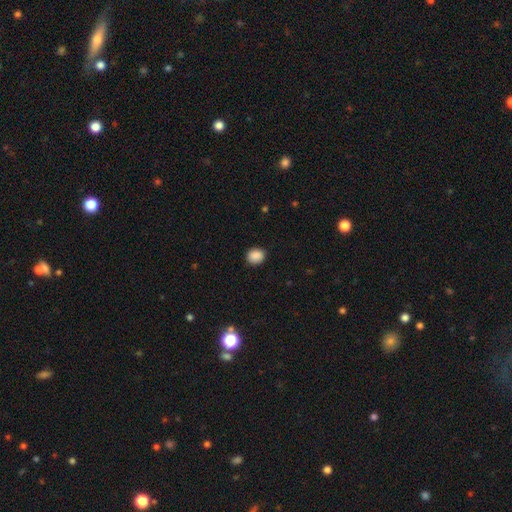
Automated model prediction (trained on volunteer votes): smooth 89%, star or artifact 9%, featured or disk 3%. Down the decision tree: how rounded — round (66%); merging — none (88%).